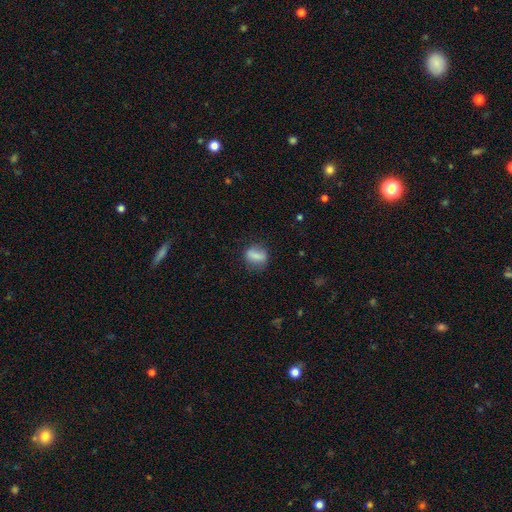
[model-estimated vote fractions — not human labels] smooth-or-featured: smooth: 75% | featured or disk: 17% | star or artifact: 8%
  how-rounded: in between: 61% | round: 29% | cigar-shaped: 10%
  merging: none: 72% | minor disturbance: 19% | major disturbance: 7% | merger: 2%